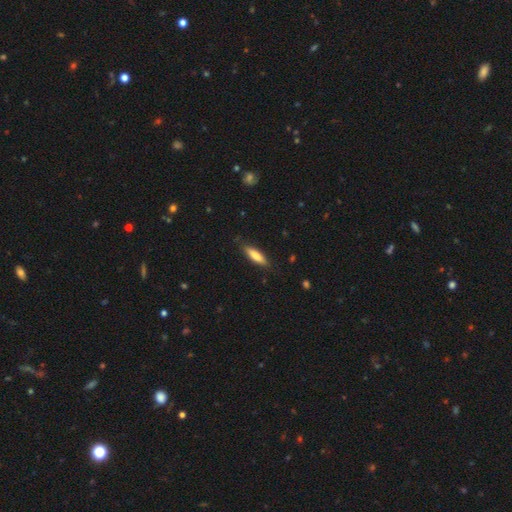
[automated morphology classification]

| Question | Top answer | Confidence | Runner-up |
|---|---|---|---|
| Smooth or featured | smooth | 73% | featured or disk (21%) |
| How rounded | cigar-shaped | 65% | in between (33%) |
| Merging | none | 83% | minor disturbance (13%) |